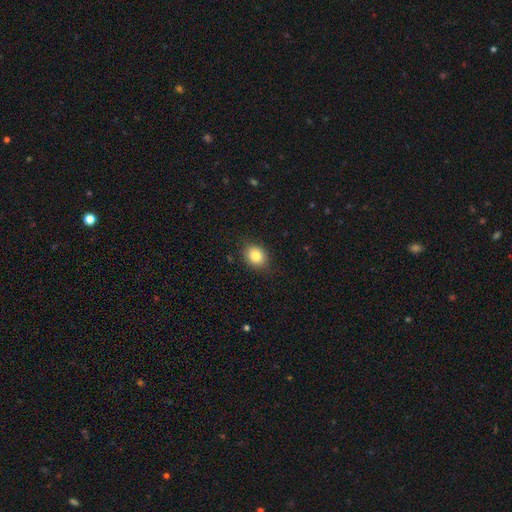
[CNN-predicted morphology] A smooth galaxy with no disk features (83%) that is round (54%).

Vote fractions:
- Smooth or featured? smooth: 83% / star or artifact: 10% / featured or disk: 8%
- How rounded? round: 54% / in between: 45% / cigar-shaped: 1%
- Merging? none: 85% / minor disturbance: 11% / major disturbance: 2% / merger: 1%